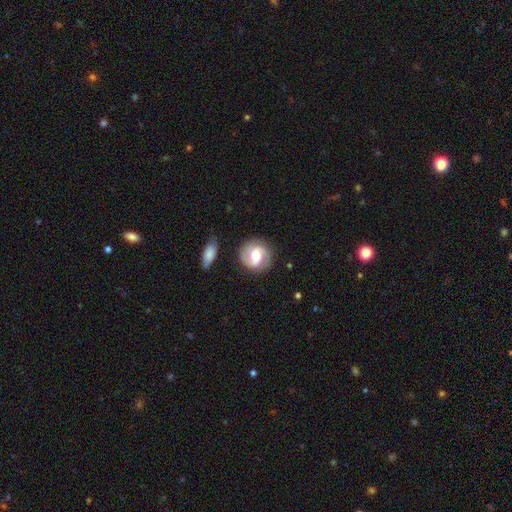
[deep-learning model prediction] This appears to be a featured or disk galaxy (68%) with a weak bar (49%), 2 (88%) medium (47%) spiral arms (90%) and a moderate central bulge (62%). Merging: none (81%).